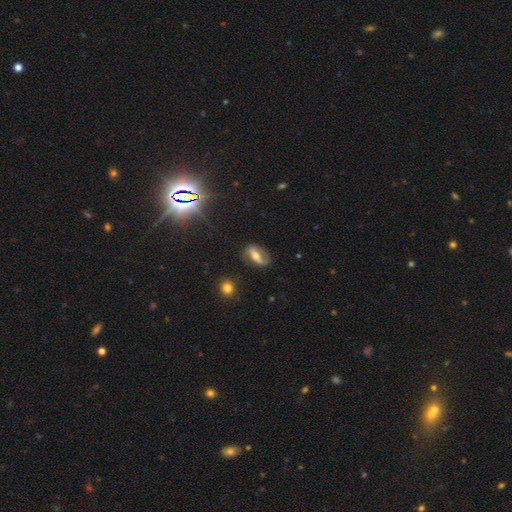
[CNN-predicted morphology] Overall: featured or disk (52%; smooth 36%). Edge-on disk: no (84%). Merging: none (72%).